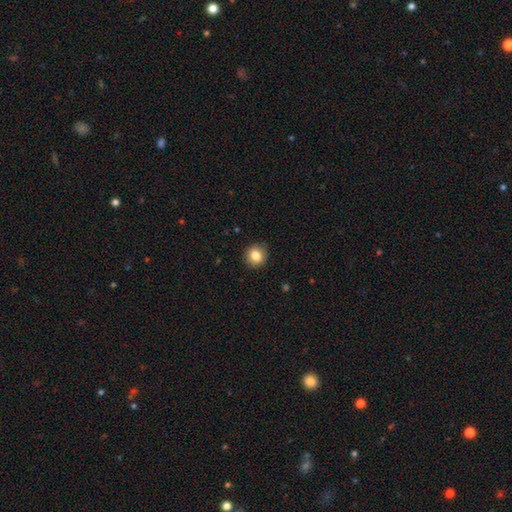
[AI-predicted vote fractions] Smooth or featured?
  - smooth: 83% *
  - star or artifact: 10%
  - featured or disk: 7%
How rounded?
  - round: 89% *
  - in between: 10%
  - cigar-shaped: 1%
Merging?
  - none: 90% *
  - minor disturbance: 7%
  - major disturbance: 2%
  - merger: 1%